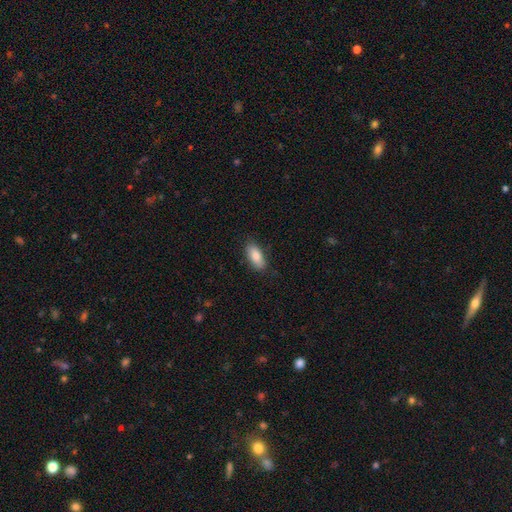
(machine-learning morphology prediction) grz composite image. It shows a smooth galaxy with no disk features (84%) that is in between round and cigar-shaped (83%). Merging: none (84%).